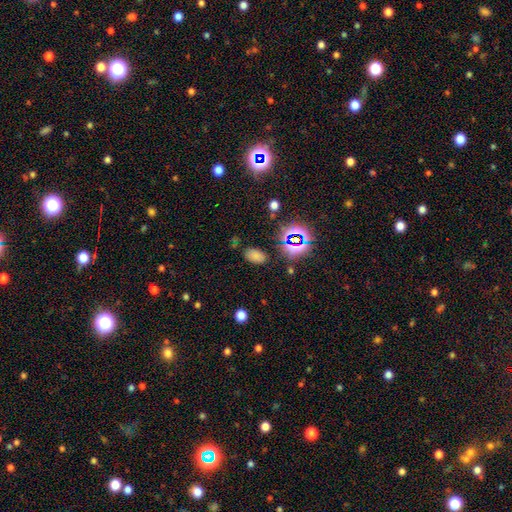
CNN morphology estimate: The model was most divided on "smooth or featured": smooth: 68%, star or artifact: 26%, featured or disk: 7%. More confident: how rounded — in between (90%); merging — none (82%).